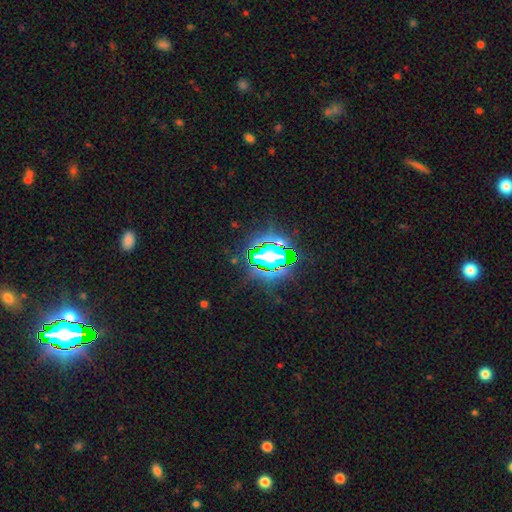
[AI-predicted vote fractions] Overall: star or artifact (81%).